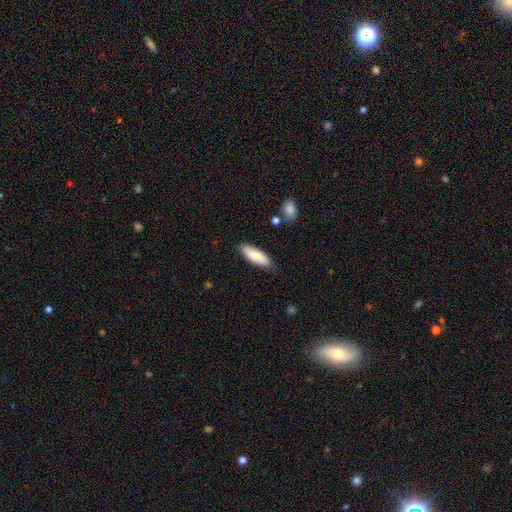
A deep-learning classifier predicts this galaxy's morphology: type=smooth (82%); roundness=in between (57%); merging=none (82%).